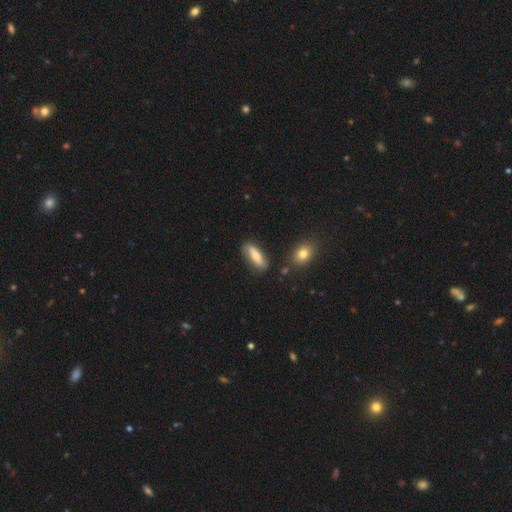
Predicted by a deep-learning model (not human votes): Overall: smooth (66%; featured or disk 27%). How rounded: in between (57%; cigar-shaped 41%). Merging: none (77%).